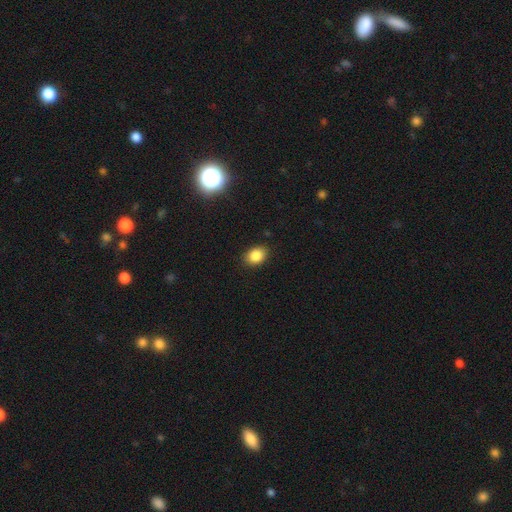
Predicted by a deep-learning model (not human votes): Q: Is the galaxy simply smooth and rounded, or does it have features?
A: smooth — 84%.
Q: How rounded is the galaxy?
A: in between — 67%.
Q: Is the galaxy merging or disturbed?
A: none — 86%.